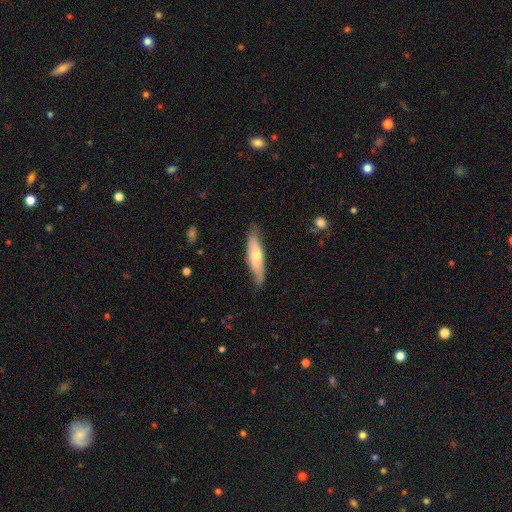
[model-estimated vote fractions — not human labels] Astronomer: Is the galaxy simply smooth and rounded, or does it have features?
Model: smooth — 55% (runner-up: featured or disk, 40%).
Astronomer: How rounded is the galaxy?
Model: cigar-shaped — 64%.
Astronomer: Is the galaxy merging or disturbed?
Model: none — 75%.